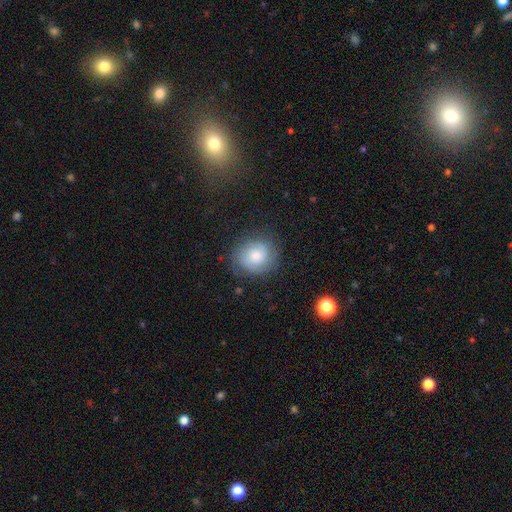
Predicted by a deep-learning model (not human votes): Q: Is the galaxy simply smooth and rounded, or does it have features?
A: smooth — 46%.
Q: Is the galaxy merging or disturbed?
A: none — 77%.